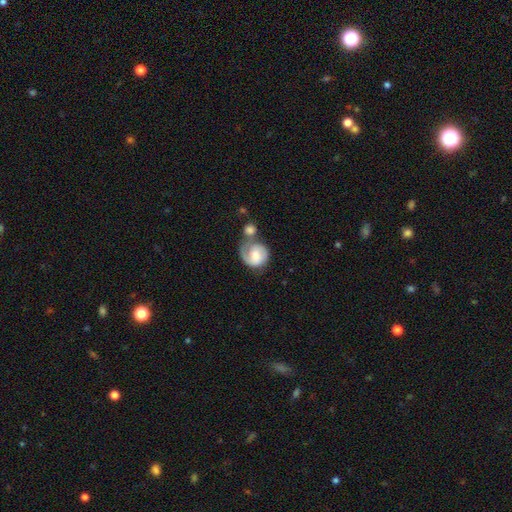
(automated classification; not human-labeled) Smooth or featured? Predicted: featured or disk (p=0.56). Edge-on disk? Predicted: no (p=0.98). Bar? Predicted: no (p=0.59). Spiral arms? Predicted: yes (p=0.86). Bulge size? Predicted: moderate (p=0.37). Merging? Predicted: merger (p=0.37).